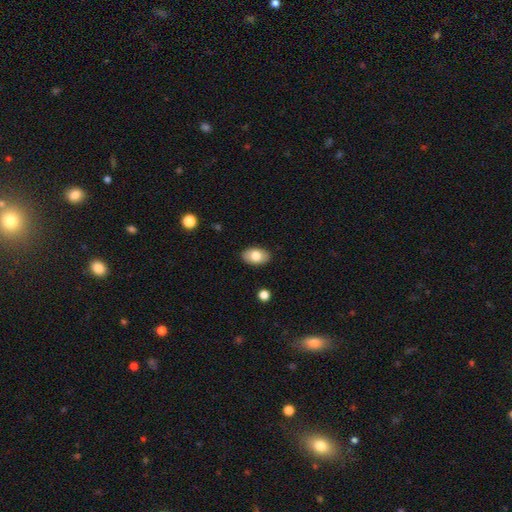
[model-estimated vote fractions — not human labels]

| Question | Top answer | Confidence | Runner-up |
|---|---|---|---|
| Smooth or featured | smooth | 79% | featured or disk (14%) |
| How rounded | in between | 90% | round (9%) |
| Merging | none | 88% | minor disturbance (9%) |